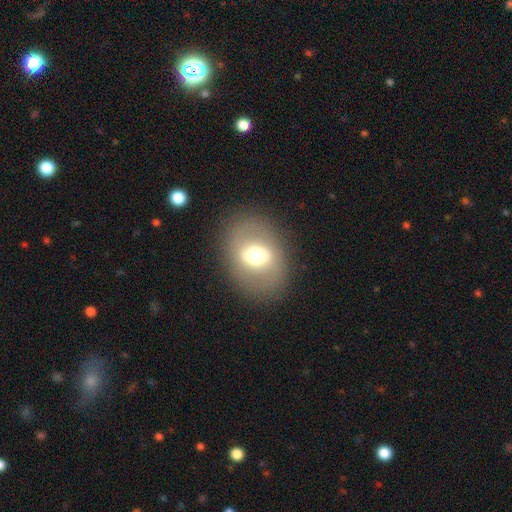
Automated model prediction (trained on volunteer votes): smooth 49%, featured or disk 41%, star or artifact 10%. Down the decision tree: merging — none (84%).